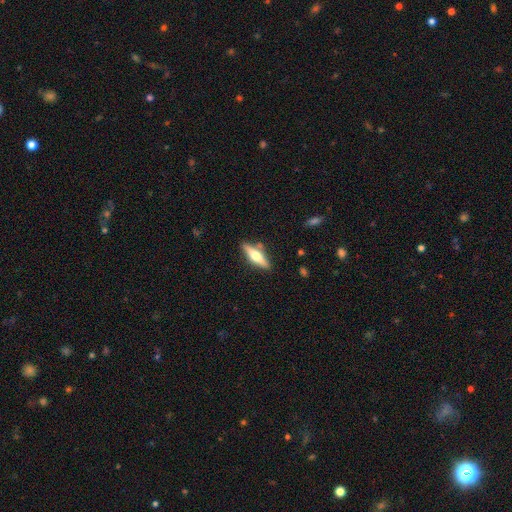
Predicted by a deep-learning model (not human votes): Smooth or featured? featured or disk (53%)
Edge-on disk? yes (93%)
Merging? none (82%)